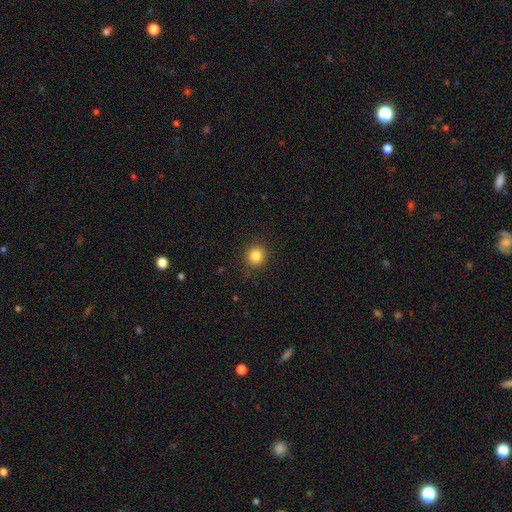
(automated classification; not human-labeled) Smooth or featured? smooth (84%)
How rounded? round (91%)
Merging? none (90%)